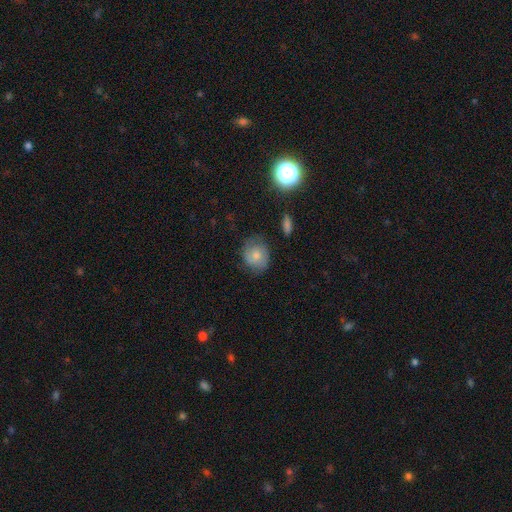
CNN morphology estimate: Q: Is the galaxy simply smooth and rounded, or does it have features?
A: smooth — 68%.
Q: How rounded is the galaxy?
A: round — 68%.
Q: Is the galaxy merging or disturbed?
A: none — 67%.